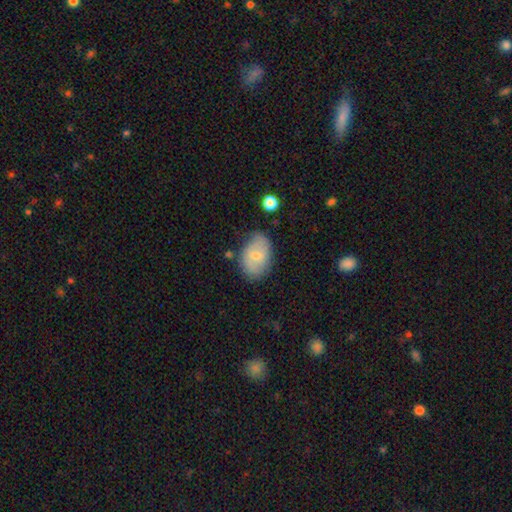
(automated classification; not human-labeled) Overall: smooth (55%; featured or disk 38%). How rounded: in between (85%). Merging: none (69%).